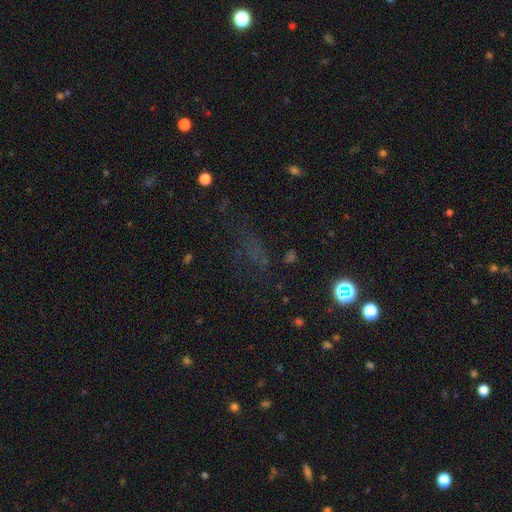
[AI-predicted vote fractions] star or artifact 48%, smooth 35%, featured or disk 17%.